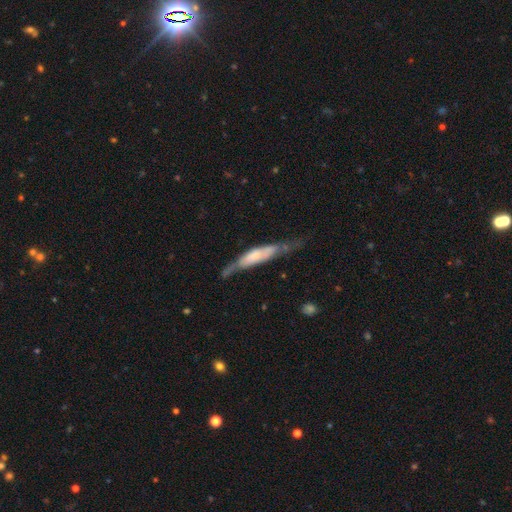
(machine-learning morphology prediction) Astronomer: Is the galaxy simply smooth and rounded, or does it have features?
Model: featured or disk — 57% (runner-up: smooth, 38%).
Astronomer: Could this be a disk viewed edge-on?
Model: yes — 70%.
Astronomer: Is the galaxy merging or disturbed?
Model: none — 47% (runner-up: minor disturbance, 30%).